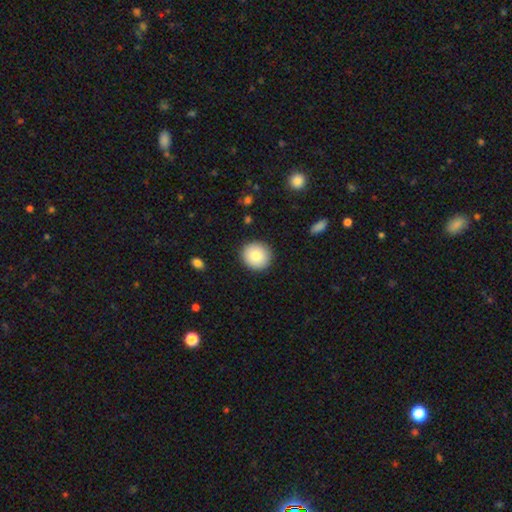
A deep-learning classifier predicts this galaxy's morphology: Smooth or featured? smooth (84%)
How rounded? round (91%)
Merging? none (91%)